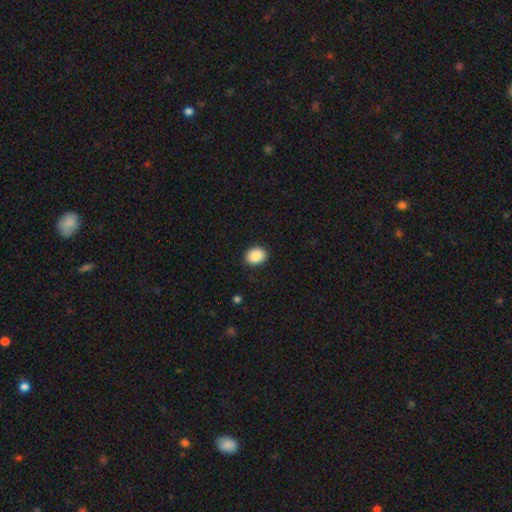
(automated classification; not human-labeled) The model was most divided on "how rounded": in between: 56%, round: 43%, cigar-shaped: 1%. More confident: smooth or featured — smooth (89%); merging — none (89%).